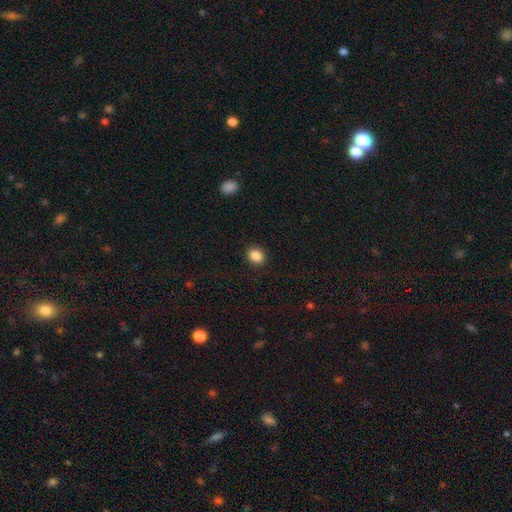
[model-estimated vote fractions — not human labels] Smooth or featured? smooth (87%)
How rounded? round (57%)
Merging? none (90%)